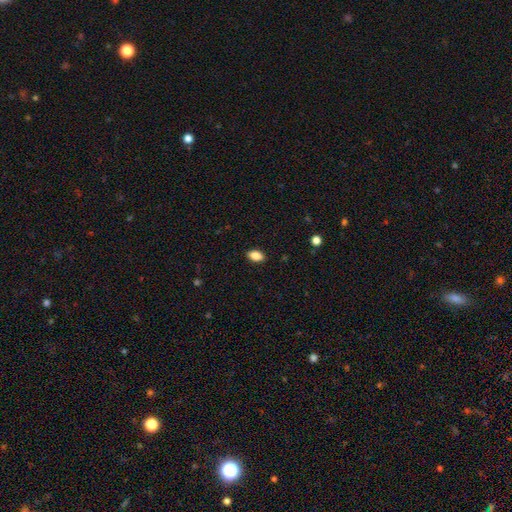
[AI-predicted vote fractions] Smooth or featured? smooth (87%)
How rounded? in between (90%)
Merging? none (89%)